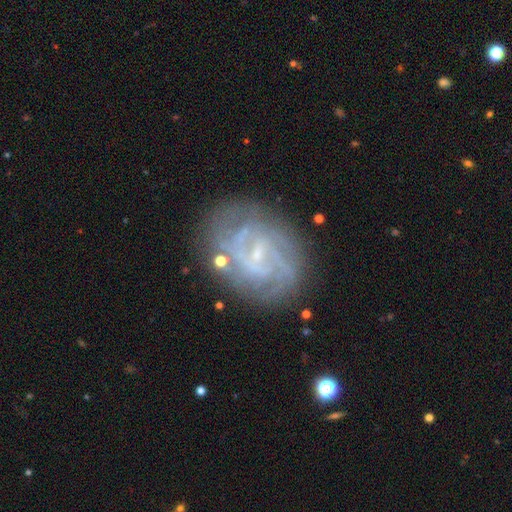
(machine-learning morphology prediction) Smooth or featured?
  - featured or disk: 84% *
  - smooth: 9%
  - star or artifact: 7%
Edge-on disk?
  - no: 97% *
  - yes: 3%
Bar?
  - weak: 52% *
  - no: 30%
  - strong: 18%
Spiral arms?
  - yes: 94% *
  - no: 6%
Spiral winding?
  - tight: 54% *
  - medium: 37%
  - loose: 10%
Spiral arm count?
  - can't tell: 30% *
  - 2: 29%
  - 3: 18%
  - 4: 11%
  - more than 4: 6%
  - 1: 6%
Bulge size?
  - small: 76% *
  - none: 13%
  - moderate: 10%
  - large: 1%
  - dominant: 1%
Merging?
  - none: 74% *
  - minor disturbance: 16%
  - major disturbance: 7%
  - merger: 3%